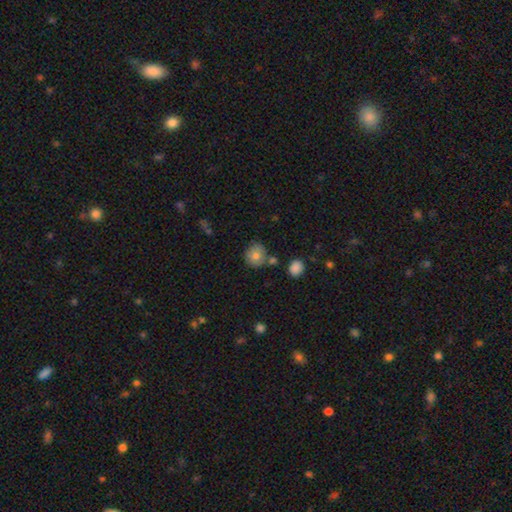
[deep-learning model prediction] Morphology: type=smooth (77%); roundness=round (89%); merging=none (72%).